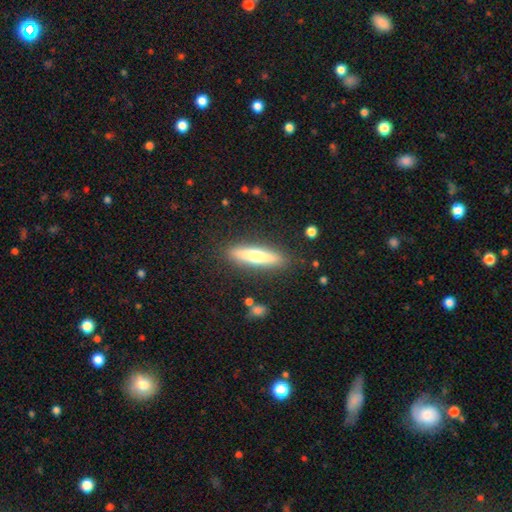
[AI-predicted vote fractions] This is possibly a smooth galaxy (51%). How rounded: clearly cigar-shaped (80%). Merging: clearly none (87%).